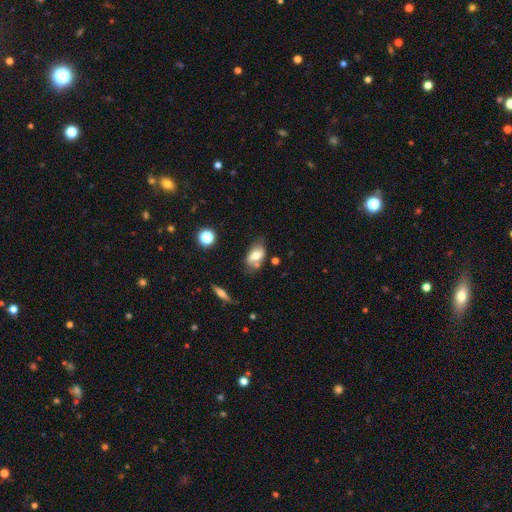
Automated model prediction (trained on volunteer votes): Smooth or featured?
  - smooth: 64% *
  - featured or disk: 27%
  - star or artifact: 9%
How rounded?
  - in between: 88% *
  - round: 8%
  - cigar-shaped: 4%
Merging?
  - none: 57% *
  - minor disturbance: 24%
  - merger: 11%
  - major disturbance: 7%